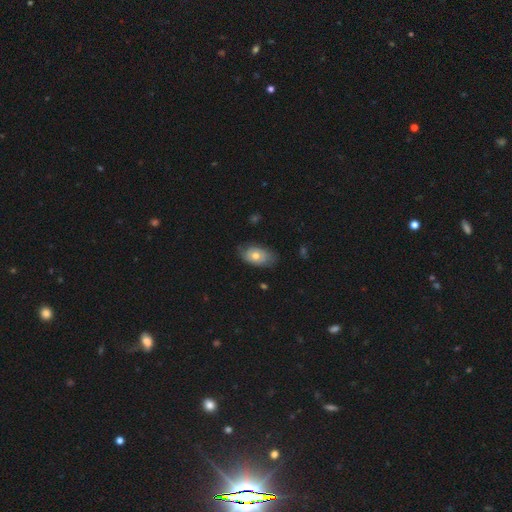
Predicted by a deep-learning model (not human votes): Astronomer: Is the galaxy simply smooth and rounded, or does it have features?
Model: smooth — 52% (runner-up: featured or disk, 40%).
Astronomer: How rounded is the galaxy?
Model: in between — 87%.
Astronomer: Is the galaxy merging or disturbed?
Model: none — 65%.